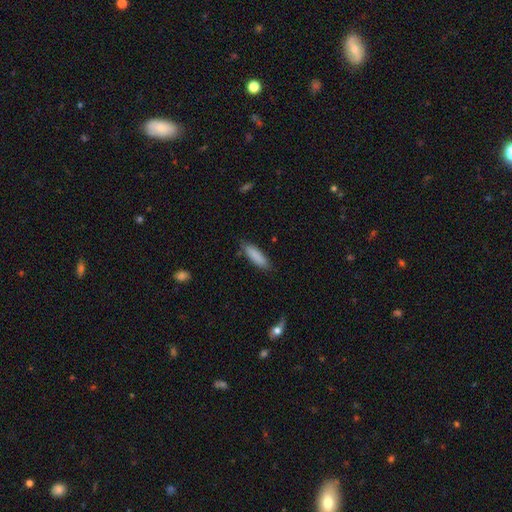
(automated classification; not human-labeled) Morphology: type=smooth (87%); roundness=cigar-shaped (55%); merging=none (80%).